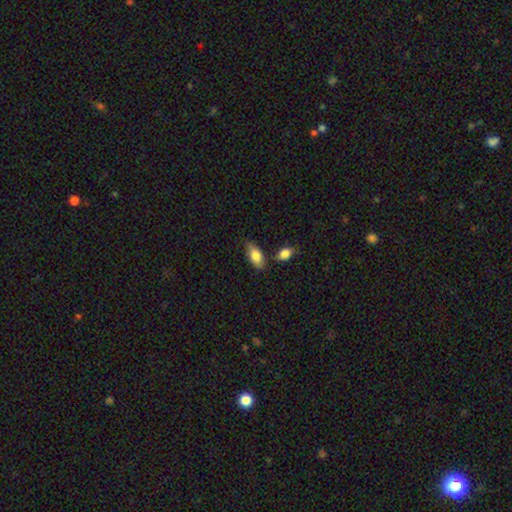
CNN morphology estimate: The model was most divided on "merging": none: 72%, minor disturbance: 15%, merger: 10%, major disturbance: 3%. More confident: how rounded — in between (90%); smooth or featured — smooth (80%).